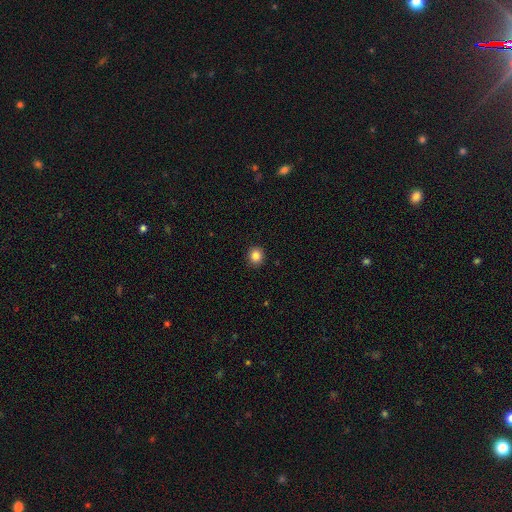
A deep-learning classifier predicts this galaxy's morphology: smooth-or-featured: smooth: 85% | star or artifact: 11% | featured or disk: 4%
  how-rounded: round: 86% | in between: 13% | cigar-shaped: 1%
  merging: none: 92% | minor disturbance: 5% | major disturbance: 2% | merger: 1%